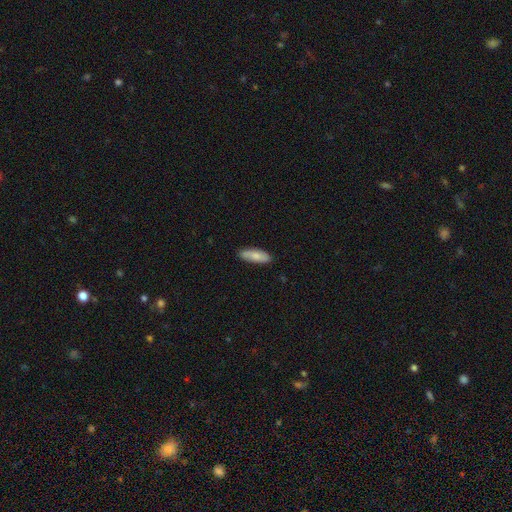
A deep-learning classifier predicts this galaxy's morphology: A smooth galaxy with no disk features (78%) that is in between round and cigar-shaped (60%).

Vote fractions:
- Smooth or featured? smooth: 78% / featured or disk: 16% / star or artifact: 6%
- How rounded? in between: 60% / cigar-shaped: 38% / round: 2%
- Merging? none: 86% / minor disturbance: 11% / major disturbance: 2% / merger: 1%